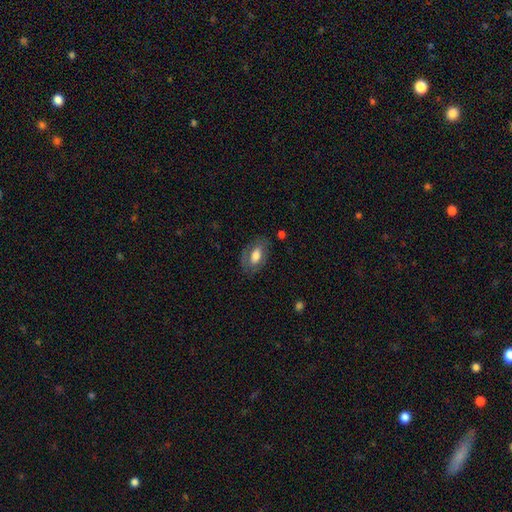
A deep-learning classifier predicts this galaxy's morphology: smooth-or-featured: smooth: 61% | featured or disk: 32% | star or artifact: 7%
  how-rounded: in between: 90% | round: 6% | cigar-shaped: 4%
  merging: none: 72% | minor disturbance: 18% | major disturbance: 8% | merger: 2%